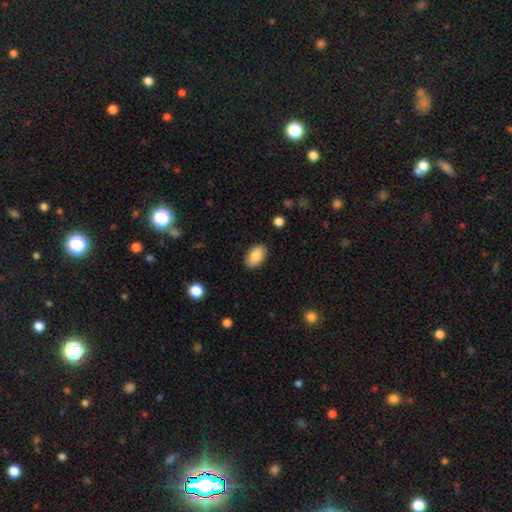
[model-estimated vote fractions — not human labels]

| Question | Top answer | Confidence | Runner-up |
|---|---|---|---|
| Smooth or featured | smooth | 85% | featured or disk (8%) |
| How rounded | in between | 93% | round (5%) |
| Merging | none | 88% | minor disturbance (9%) |